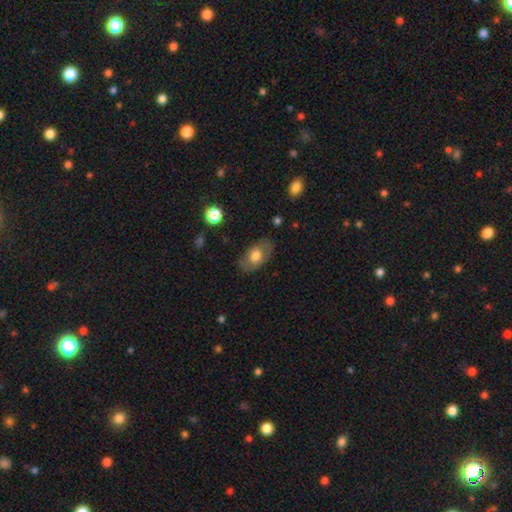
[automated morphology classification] Q: Smooth or featured?
A: smooth (64%); runner-up: featured or disk (29%)
Q: How rounded?
A: in between (89%); runner-up: round (9%)
Q: Merging?
A: none (80%); runner-up: minor disturbance (14%)